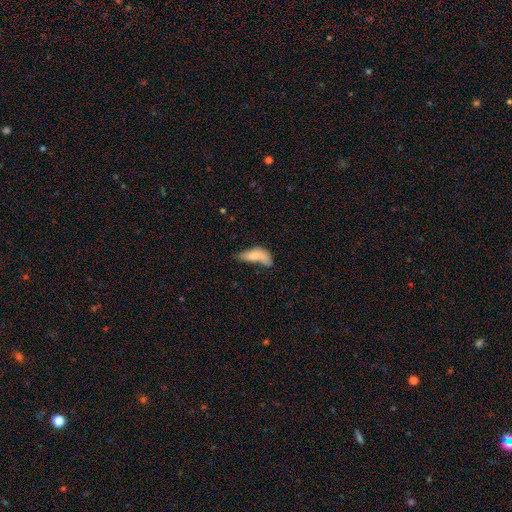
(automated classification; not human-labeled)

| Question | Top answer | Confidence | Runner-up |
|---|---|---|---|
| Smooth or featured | smooth | 71% | featured or disk (21%) |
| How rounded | in between | 73% | cigar-shaped (24%) |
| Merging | major disturbance | 29% | minor disturbance (25%) |